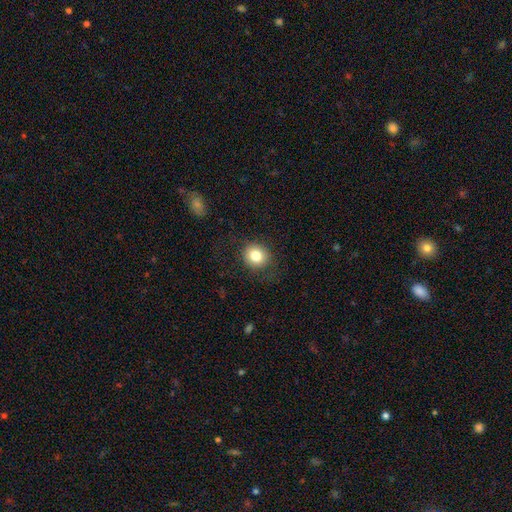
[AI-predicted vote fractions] This is clearly a smooth galaxy (81%). How rounded: clearly round (83%). Merging: clearly none (84%).